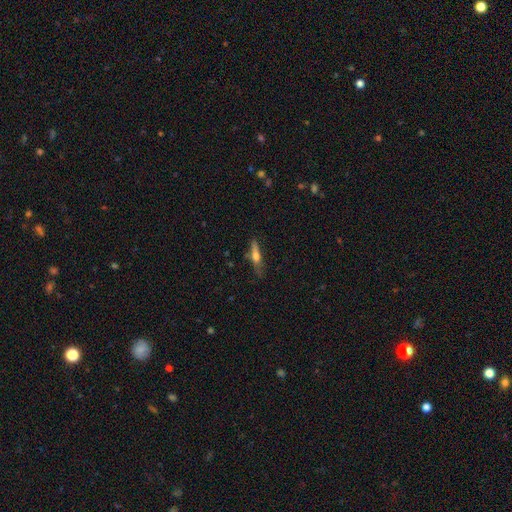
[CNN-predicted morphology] Smooth or featured? smooth (50%)
How rounded? cigar-shaped (79%)
Merging? none (65%)